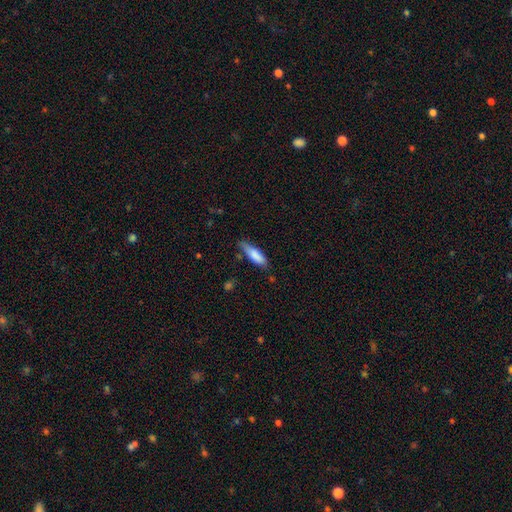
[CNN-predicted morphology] Smooth or featured? Predicted: smooth (p=0.81). How rounded? Predicted: cigar-shaped (p=0.56). Merging? Predicted: none (p=0.62).